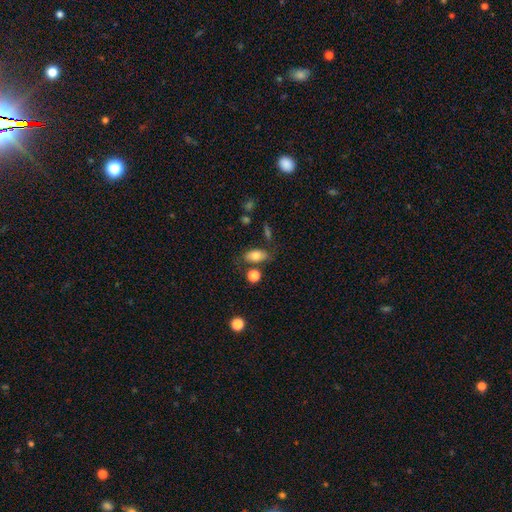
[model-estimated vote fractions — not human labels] Morphology: type=smooth (77%); roundness=in between (87%); merging=none (69%).